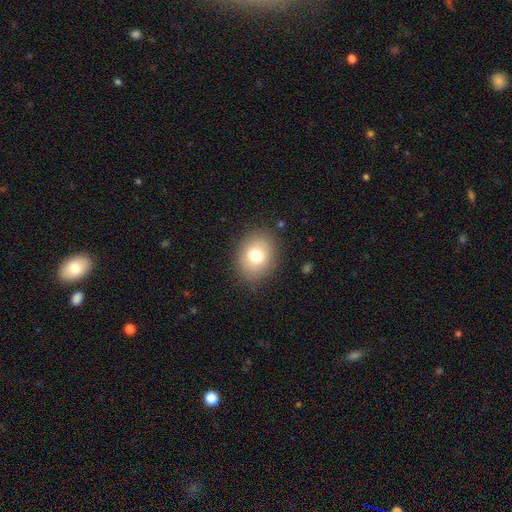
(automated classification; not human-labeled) A smooth galaxy with no disk features (75%) that is round (50%, tied with in between). Merging: none (85%).